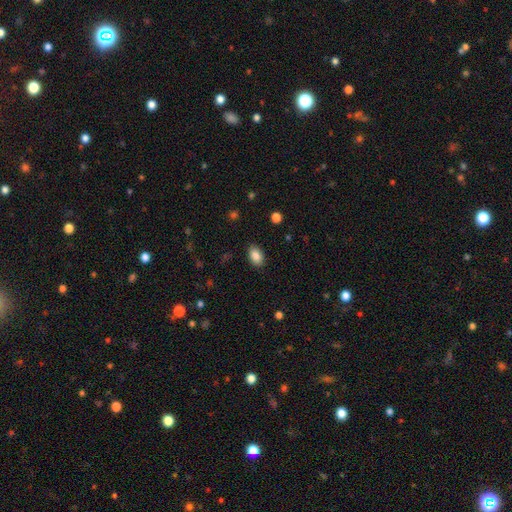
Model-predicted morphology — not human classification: A smooth galaxy with no disk features (87%) that is in between round and cigar-shaped (89%).

Vote fractions:
- Smooth or featured? smooth: 87% / star or artifact: 8% / featured or disk: 5%
- How rounded? in between: 89% / round: 10% / cigar-shaped: 1%
- Merging? none: 87% / minor disturbance: 9% / major disturbance: 3% / merger: 1%